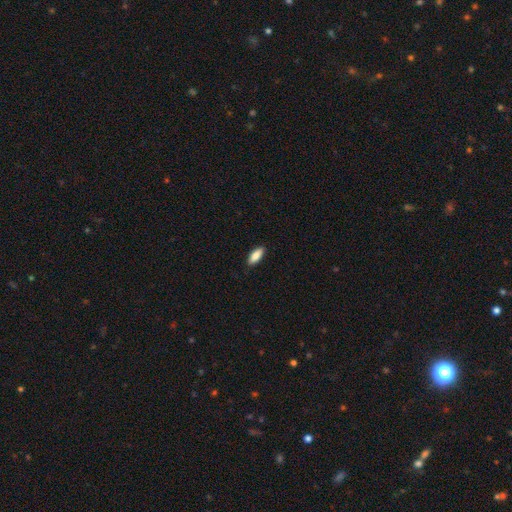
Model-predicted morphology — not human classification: Smooth or featured?
  - smooth: 85% *
  - featured or disk: 8%
  - star or artifact: 6%
How rounded?
  - in between: 77% *
  - cigar-shaped: 21%
  - round: 2%
Merging?
  - none: 88% *
  - minor disturbance: 9%
  - major disturbance: 2%
  - merger: 1%